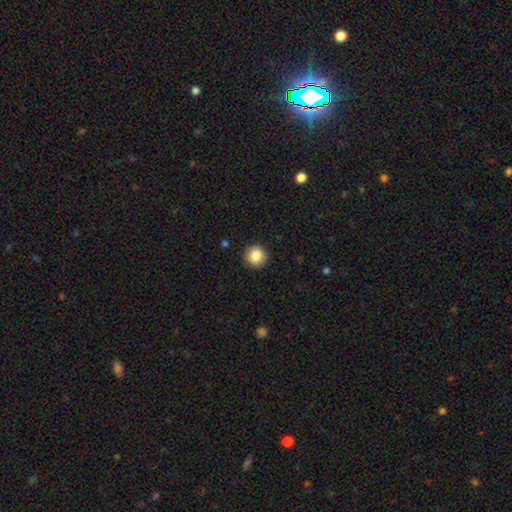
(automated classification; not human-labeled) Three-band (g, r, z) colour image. It shows a smooth galaxy with no disk features (86%) that is round (94%). Merging: none (92%).